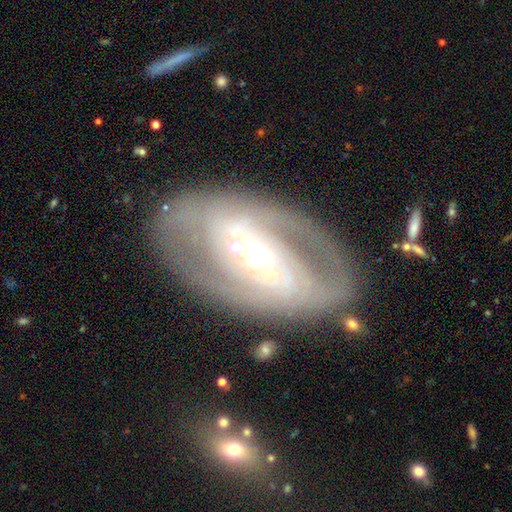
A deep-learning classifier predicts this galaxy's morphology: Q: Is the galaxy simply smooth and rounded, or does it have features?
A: featured or disk — 80%.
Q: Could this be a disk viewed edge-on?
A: no — 94%.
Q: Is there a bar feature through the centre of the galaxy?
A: no — 37%.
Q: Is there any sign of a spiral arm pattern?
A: yes — 74%.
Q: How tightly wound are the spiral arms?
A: tight — 50%.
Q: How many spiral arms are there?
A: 2 — 63%.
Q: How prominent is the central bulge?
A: moderate — 49%.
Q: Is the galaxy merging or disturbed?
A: none — 74%.